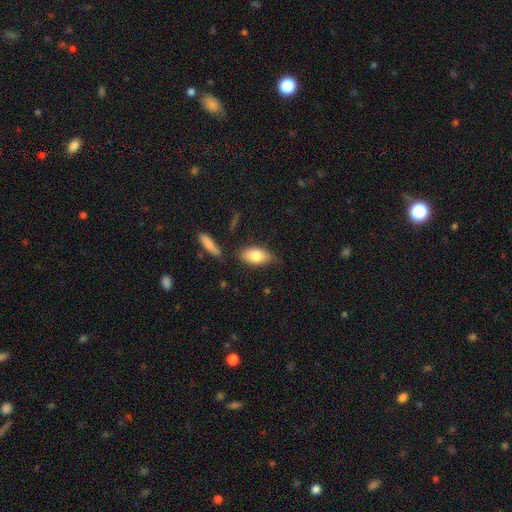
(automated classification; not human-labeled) A smooth galaxy with no disk features (80%) that is in between round and cigar-shaped (90%).

Vote fractions:
- Smooth or featured? smooth: 80% / featured or disk: 13% / star or artifact: 7%
- How rounded? in between: 90% / cigar-shaped: 5% / round: 5%
- Merging? none: 72% / minor disturbance: 18% / merger: 5% / major disturbance: 4%